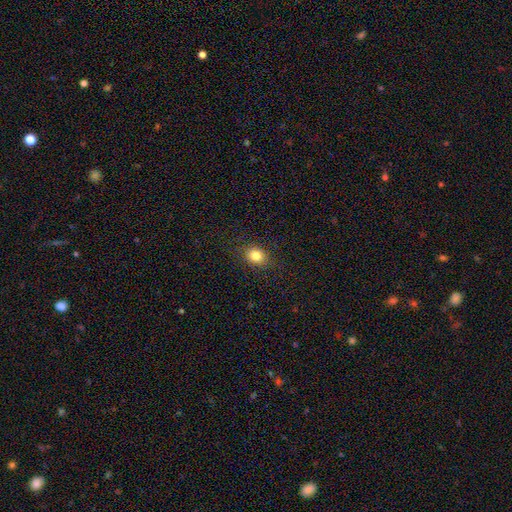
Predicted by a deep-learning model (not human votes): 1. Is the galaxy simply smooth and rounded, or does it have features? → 82% smooth, 11% star or artifact, 7% featured or disk.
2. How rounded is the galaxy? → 52% round, 47% in between, 1% cigar-shaped.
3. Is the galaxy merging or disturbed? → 87% none, 9% minor disturbance, 3% major disturbance, 1% merger.